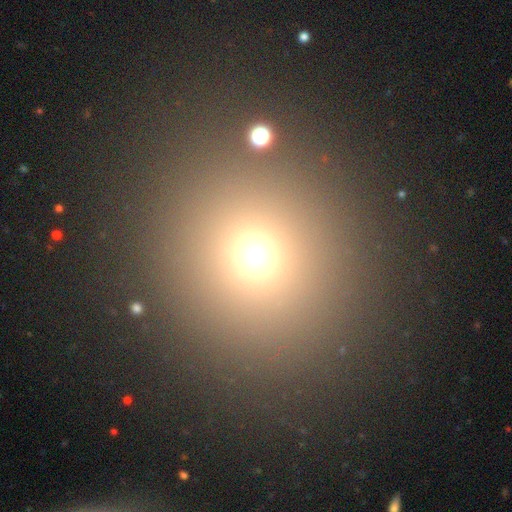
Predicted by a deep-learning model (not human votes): Q: Smooth or featured?
A: smooth (68%); runner-up: star or artifact (24%)
Q: How rounded?
A: round (91%); runner-up: in between (7%)
Q: Merging?
A: none (86%); runner-up: minor disturbance (6%)